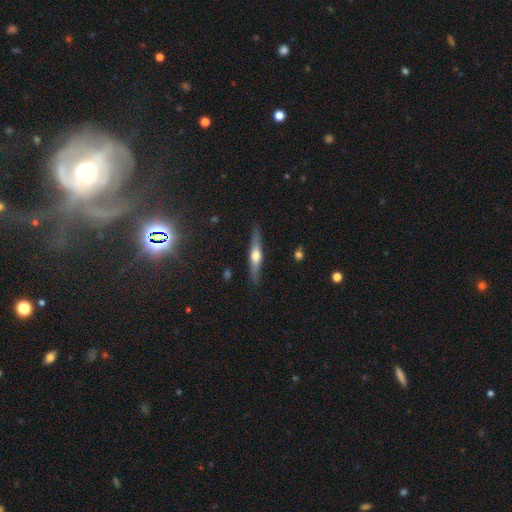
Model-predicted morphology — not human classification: A featured or disk galaxy (64%) viewed edge-on (96%) with a rounded central bulge (91%). Merging: none (87%).